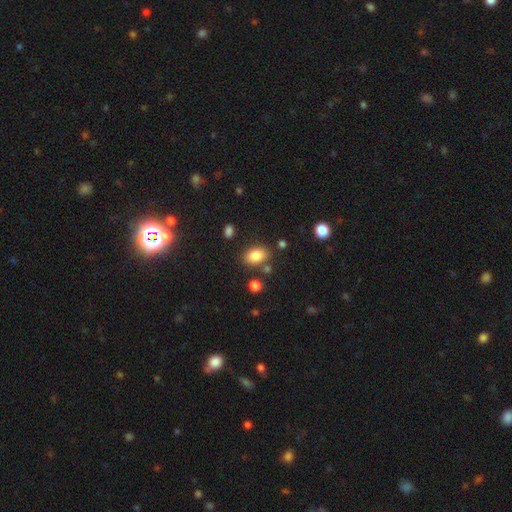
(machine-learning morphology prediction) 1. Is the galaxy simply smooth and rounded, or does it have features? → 85% smooth, 9% star or artifact, 6% featured or disk.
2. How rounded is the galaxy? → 85% in between, 14% round, 2% cigar-shaped.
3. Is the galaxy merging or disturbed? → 77% none, 13% minor disturbance, 7% merger, 4% major disturbance.